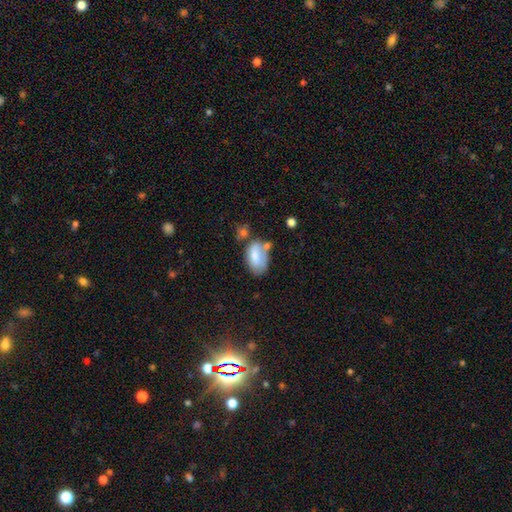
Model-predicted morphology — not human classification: The model was most divided on "merging": none: 39%, minor disturbance: 28%, merger: 19%, major disturbance: 13%. More confident: how rounded — in between (92%); smooth or featured — smooth (72%).